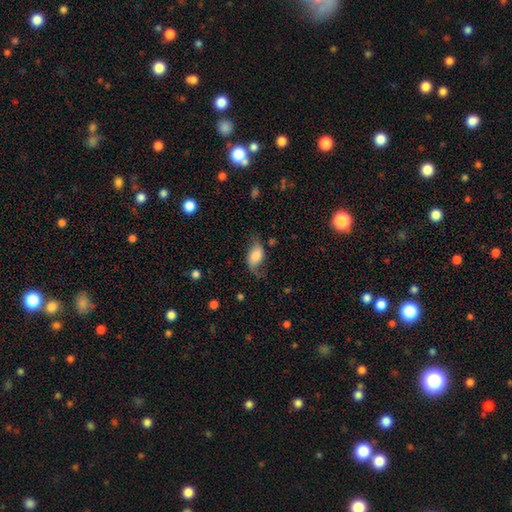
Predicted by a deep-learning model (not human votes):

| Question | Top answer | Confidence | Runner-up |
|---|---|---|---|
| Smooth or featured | smooth | 50% | featured or disk (41%) |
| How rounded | in between | 90% | round (6%) |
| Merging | none | 53% | minor disturbance (28%) |